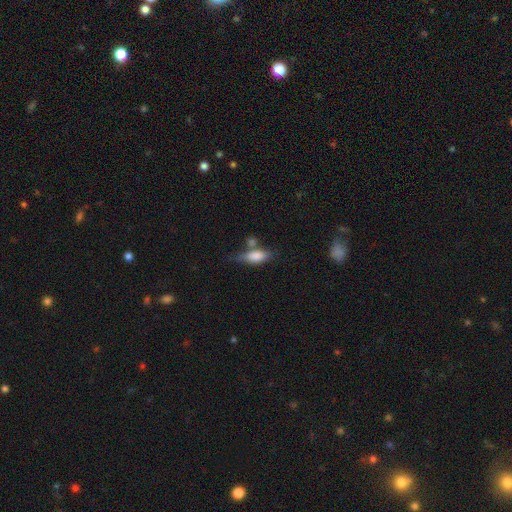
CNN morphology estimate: Smooth or featured?
  - smooth: 77% *
  - featured or disk: 16%
  - star or artifact: 7%
How rounded?
  - in between: 76% *
  - cigar-shaped: 20%
  - round: 4%
Merging?
  - none: 46% *
  - minor disturbance: 23%
  - merger: 22%
  - major disturbance: 9%